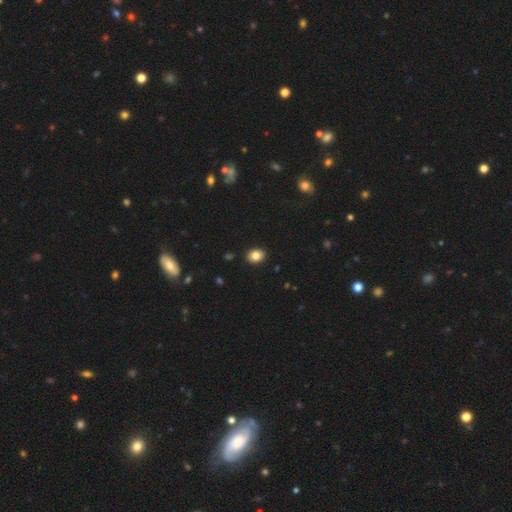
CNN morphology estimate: Smooth or featured? smooth (85%)
How rounded? in between (58%)
Merging? none (90%)